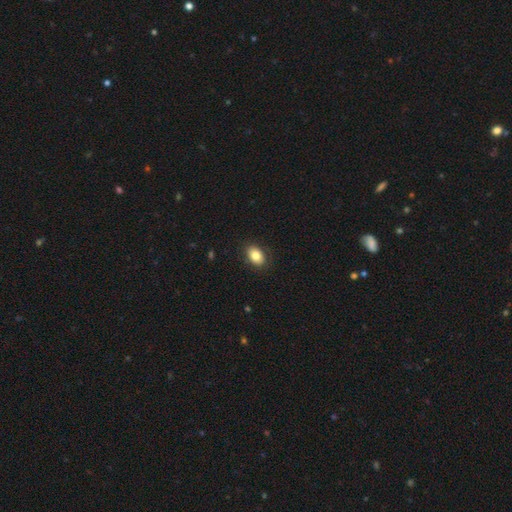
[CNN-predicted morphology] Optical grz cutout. It shows a smooth galaxy with no disk features (83%) that is in between round and cigar-shaped (81%). Merging: none (87%).